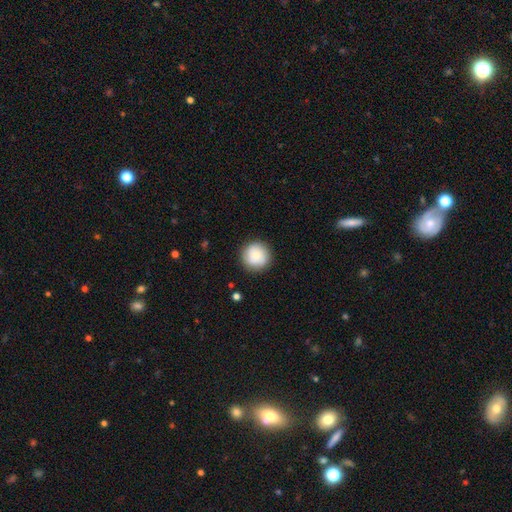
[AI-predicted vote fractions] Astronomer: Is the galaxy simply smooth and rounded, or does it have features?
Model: smooth — 79%.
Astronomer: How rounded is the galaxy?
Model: round — 96%.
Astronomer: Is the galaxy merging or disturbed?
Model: none — 88%.